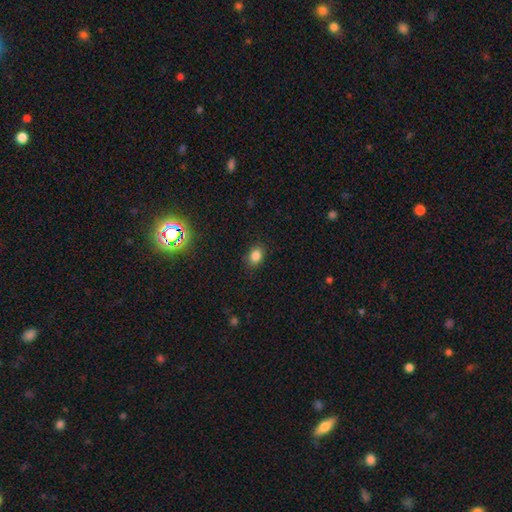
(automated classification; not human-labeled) smooth_or_featured: smooth (p=0.84) [alt: star or artifact p=0.12]
how_rounded: in between (p=0.65) [alt: round p=0.34]
merging: none (p=0.86) [alt: minor disturbance p=0.11]